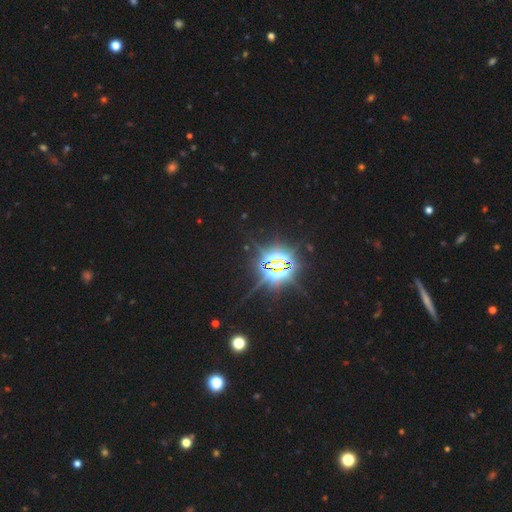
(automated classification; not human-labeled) Smooth or featured: star or artifact — 84% (smooth — 10%)